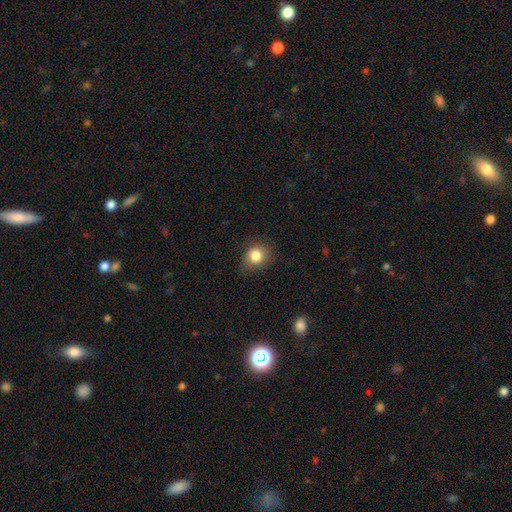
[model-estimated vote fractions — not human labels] Smooth or featured? Predicted: smooth (p=0.83). How rounded? Predicted: round (p=0.67). Merging? Predicted: none (p=0.76).